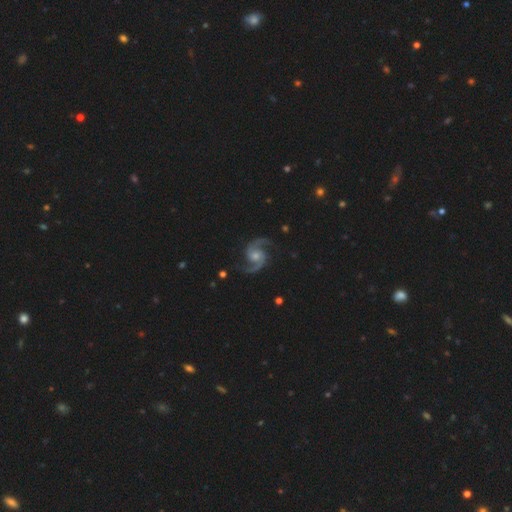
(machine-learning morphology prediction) type=featured or disk (94%); edge-on=no (98%); bar=no (62%); spiral arms=yes (99%); winding=medium (60%); arm count=2 (94%); bulge=moderate (46%); merging=none (82%).